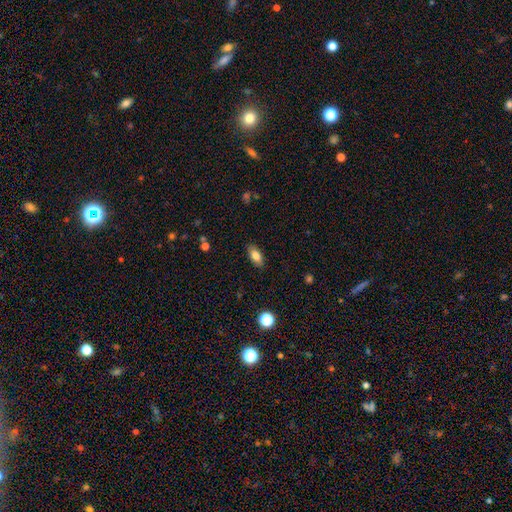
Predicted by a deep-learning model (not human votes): A smooth galaxy with no disk features (80%) that is in between round and cigar-shaped (85%). Merging: none (87%).